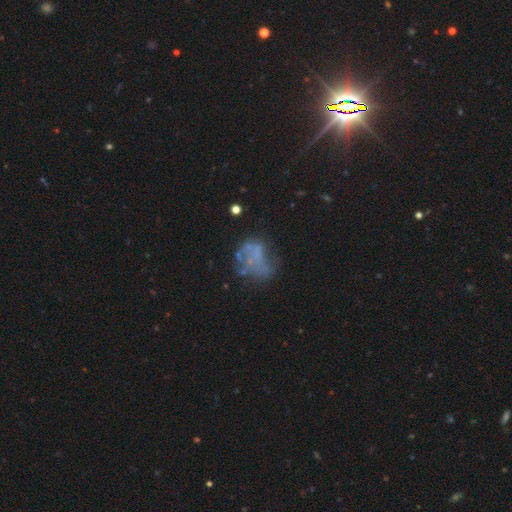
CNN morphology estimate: featured or disk 51%, smooth 29%, star or artifact 19%. Down the decision tree: edge-on disk — no (98%); bar — no (91%); spiral arms — no (90%); bulge size — none (84%); merging — none (43%).